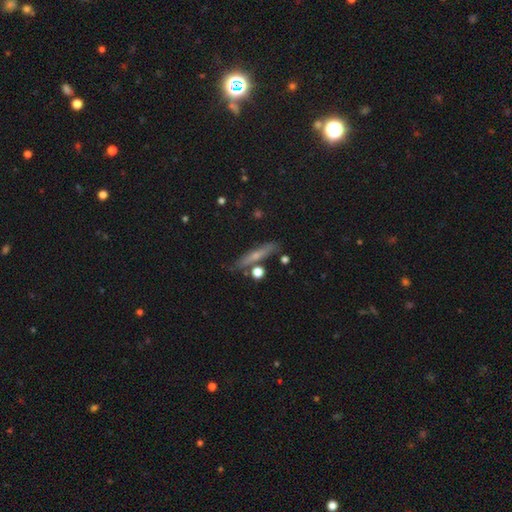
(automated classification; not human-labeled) Smooth or featured? Predicted: smooth (p=0.46). Merging? Predicted: none (p=0.79).